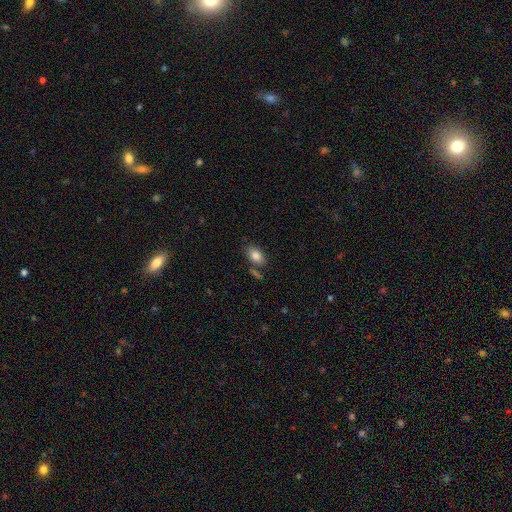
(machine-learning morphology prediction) smooth-or-featured: smooth: 84% | featured or disk: 8% | star or artifact: 8%
  how-rounded: in between: 87% | round: 11% | cigar-shaped: 2%
  merging: none: 73% | minor disturbance: 14% | merger: 9% | major disturbance: 4%